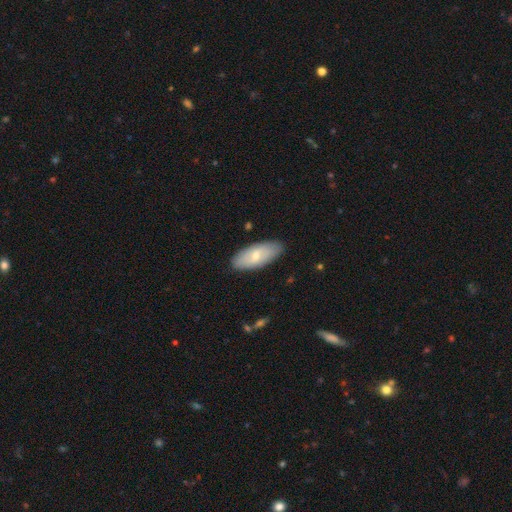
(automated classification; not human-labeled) smooth_or_featured: smooth (p=0.66) [alt: featured or disk p=0.29]
how_rounded: in between (p=0.85) [alt: cigar-shaped p=0.13]
merging: none (p=0.86) [alt: minor disturbance p=0.11]